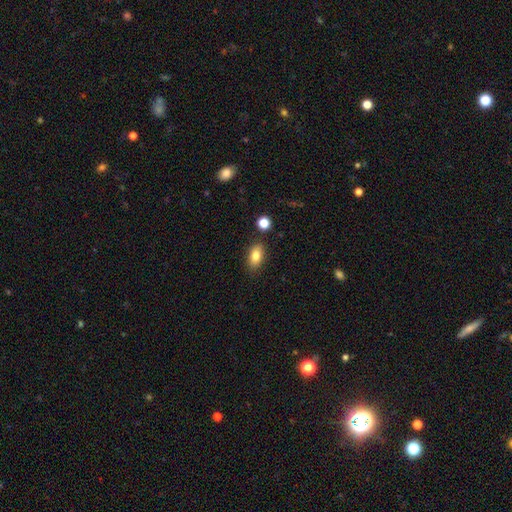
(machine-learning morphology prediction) smooth_or_featured: smooth (p=0.82) [alt: featured or disk p=0.09]
how_rounded: in between (p=0.87) [alt: round p=0.08]
merging: none (p=0.85) [alt: minor disturbance p=0.10]